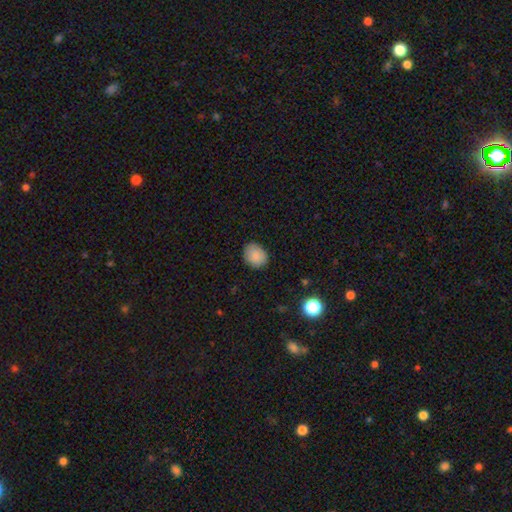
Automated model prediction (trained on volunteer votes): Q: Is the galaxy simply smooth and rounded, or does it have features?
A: smooth — 87%.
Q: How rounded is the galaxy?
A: round — 54%.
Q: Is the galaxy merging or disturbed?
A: none — 84%.